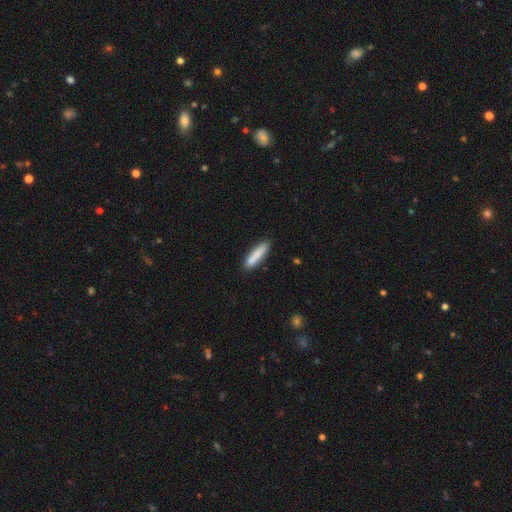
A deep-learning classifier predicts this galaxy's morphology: smooth 83%, featured or disk 11%, star or artifact 6%. Down the decision tree: how rounded — cigar-shaped (81%); merging — none (84%).